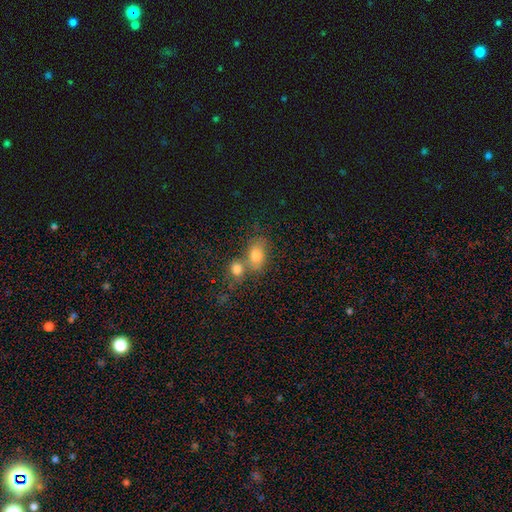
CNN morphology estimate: This appears to be a smooth galaxy with no disk features (76%) that is in between round and cigar-shaped (71%). Merging: merger (50%).